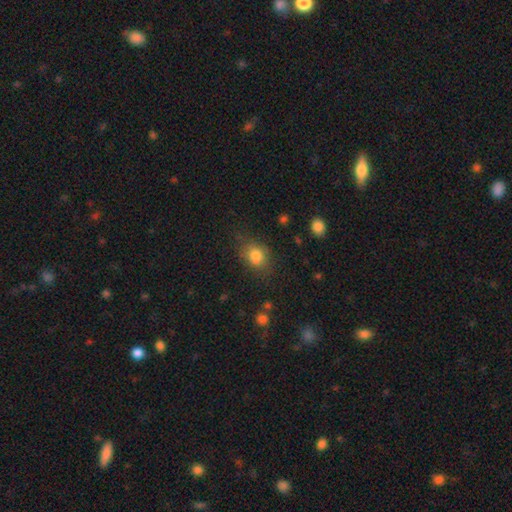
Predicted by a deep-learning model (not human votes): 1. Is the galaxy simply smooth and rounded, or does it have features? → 80% smooth, 11% star or artifact, 8% featured or disk.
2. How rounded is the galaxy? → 53% in between, 46% round, 1% cigar-shaped.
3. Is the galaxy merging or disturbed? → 73% none, 18% minor disturbance, 7% major disturbance, 3% merger.